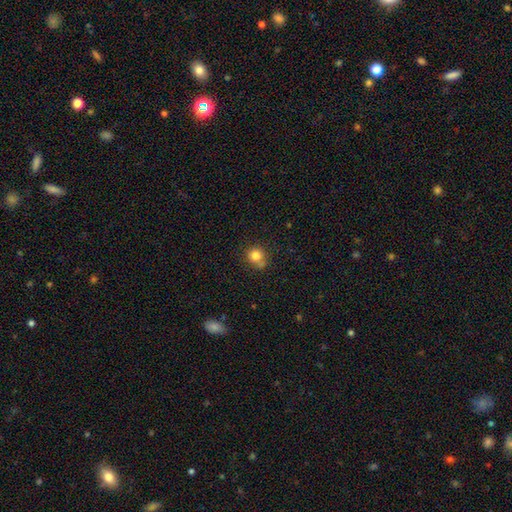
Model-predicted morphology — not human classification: A smooth galaxy with no disk features (81%) that is round (85%). Merging: none (64%).